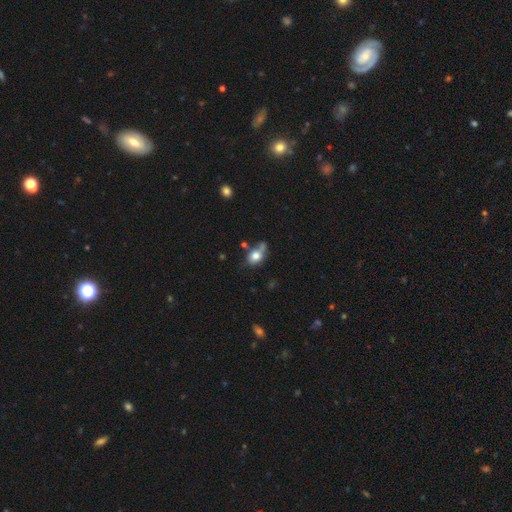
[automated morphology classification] Smooth or featured? smooth (74%)
How rounded? in between (58%)
Merging? none (42%)